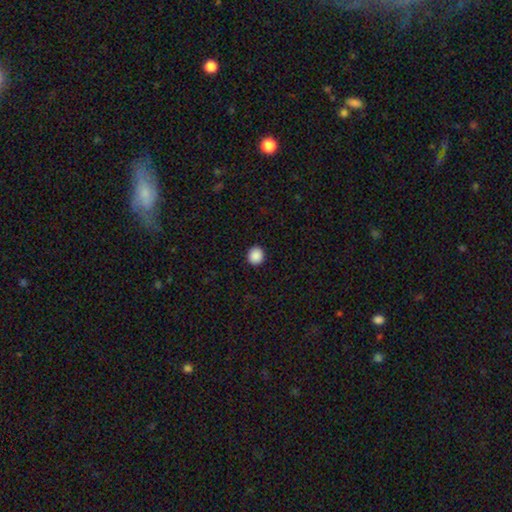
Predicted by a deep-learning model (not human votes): Smooth or featured? smooth (89%)
How rounded? round (88%)
Merging? none (93%)